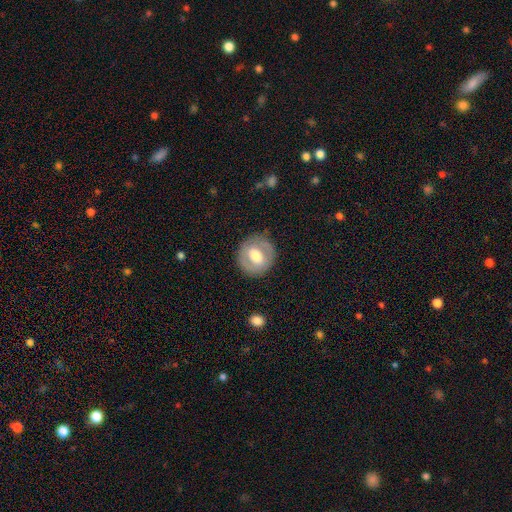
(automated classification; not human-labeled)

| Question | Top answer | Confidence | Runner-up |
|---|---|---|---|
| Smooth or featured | featured or disk | 48% | smooth (46%) |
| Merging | none | 82% | minor disturbance (12%) |